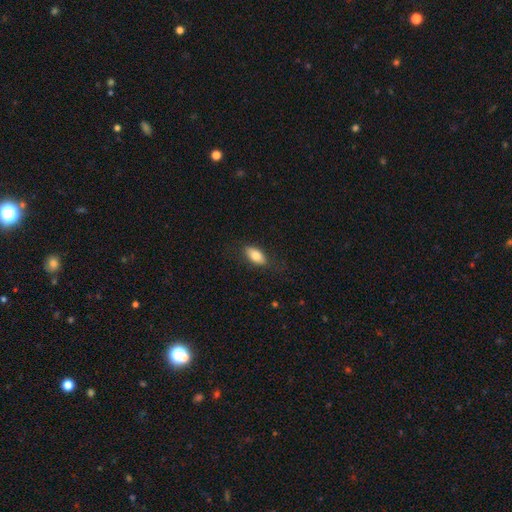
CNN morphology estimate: A smooth galaxy with no disk features (78%) that is in between round and cigar-shaped (88%).

Vote fractions:
- Smooth or featured? smooth: 78% / featured or disk: 16% / star or artifact: 7%
- How rounded? in between: 88% / cigar-shaped: 8% / round: 3%
- Merging? none: 80% / minor disturbance: 15% / major disturbance: 4% / merger: 1%